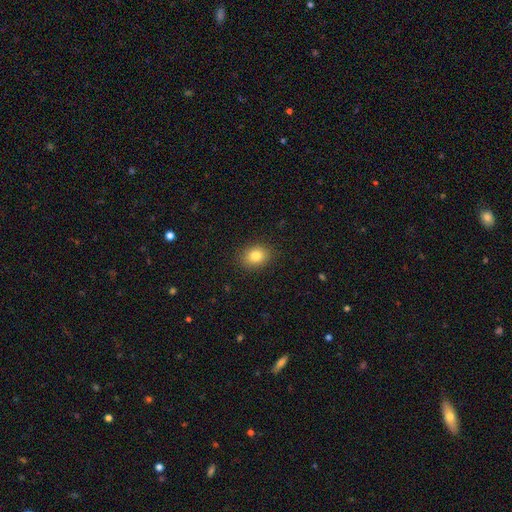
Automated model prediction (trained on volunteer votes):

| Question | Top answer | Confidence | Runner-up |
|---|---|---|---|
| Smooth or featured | smooth | 83% | star or artifact (10%) |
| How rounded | in between | 56% | round (43%) |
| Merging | none | 88% | minor disturbance (8%) |